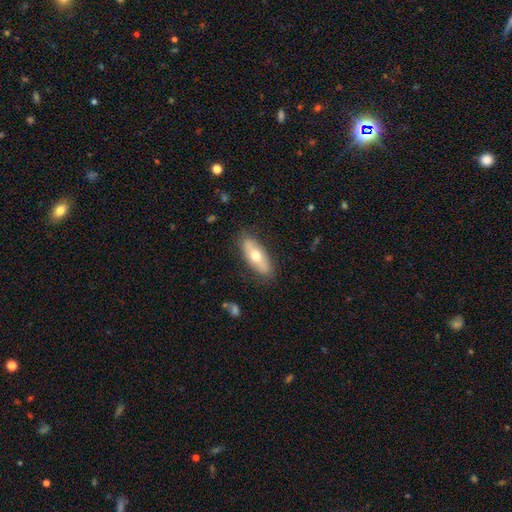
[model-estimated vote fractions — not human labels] A smooth galaxy with no disk features (60%) that is in between round and cigar-shaped (75%).

Vote fractions:
- Smooth or featured? smooth: 60% / featured or disk: 35% / star or artifact: 6%
- How rounded? in between: 75% / cigar-shaped: 22% / round: 3%
- Merging? none: 83% / minor disturbance: 13% / major disturbance: 3% / merger: 1%